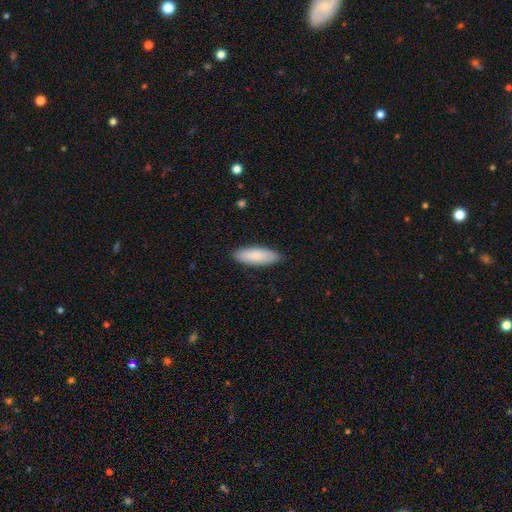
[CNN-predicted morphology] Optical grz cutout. It shows a smooth galaxy with no disk features (87%) that is in between round and cigar-shaped (60%). Merging: none (88%).